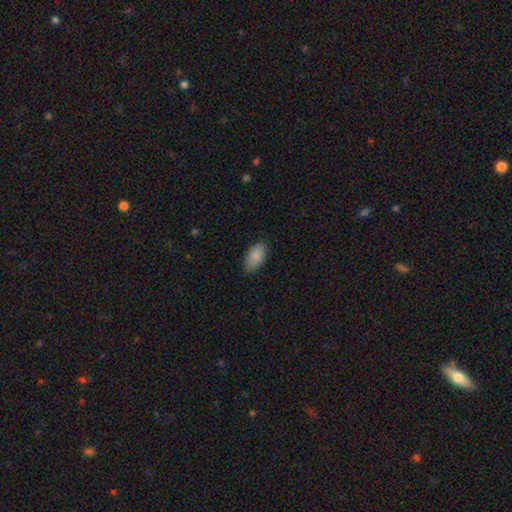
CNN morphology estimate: Smooth or featured? smooth (88%)
How rounded? in between (94%)
Merging? none (80%)